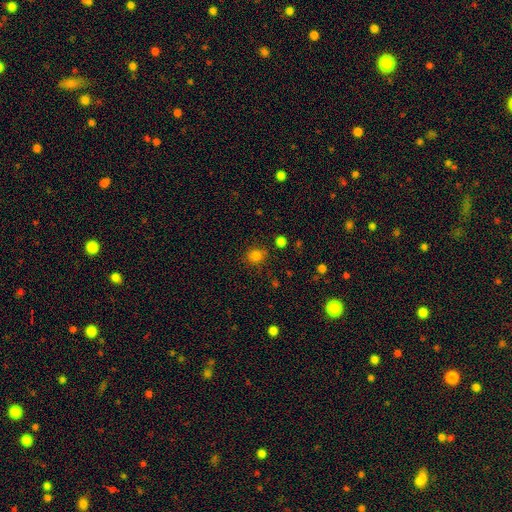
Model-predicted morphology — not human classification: Smooth or featured: smooth — 81% (star or artifact — 14%)
How rounded: round — 82% (in between — 17%)
Merging: none — 83% (minor disturbance — 11%)